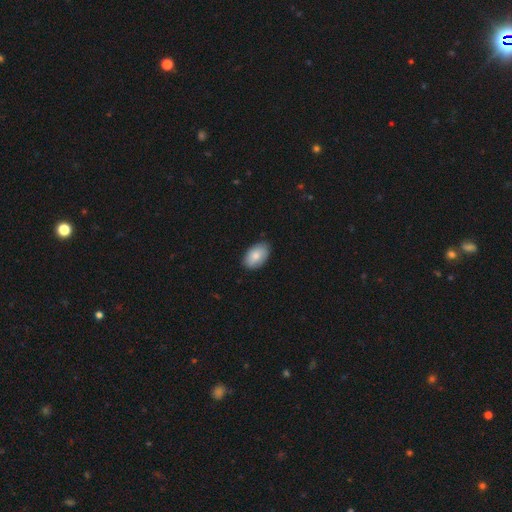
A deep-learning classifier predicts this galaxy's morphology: Q: Smooth or featured?
A: smooth (82%); runner-up: featured or disk (11%)
Q: How rounded?
A: in between (93%); runner-up: round (6%)
Q: Merging?
A: none (84%); runner-up: minor disturbance (13%)